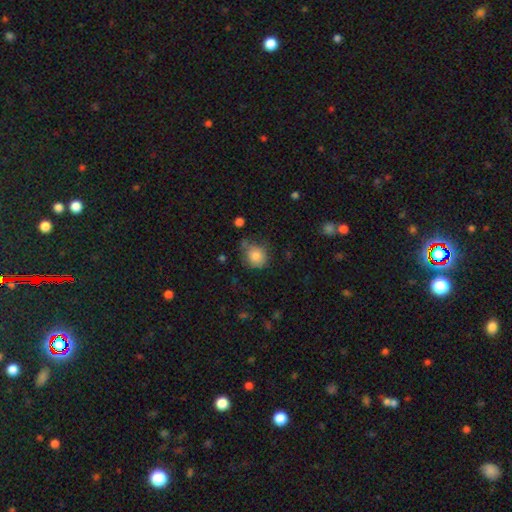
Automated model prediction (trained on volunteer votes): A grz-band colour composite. It shows a smooth galaxy with no disk features (84%) that is round (77%). Merging: none (59%).